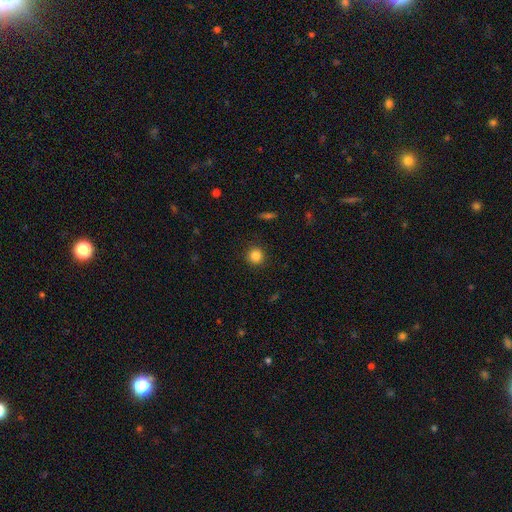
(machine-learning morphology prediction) smooth-or-featured: smooth: 84% | star or artifact: 11% | featured or disk: 5%
  how-rounded: round: 94% | in between: 5% | cigar-shaped: 1%
  merging: none: 91% | minor disturbance: 5% | major disturbance: 2% | merger: 1%